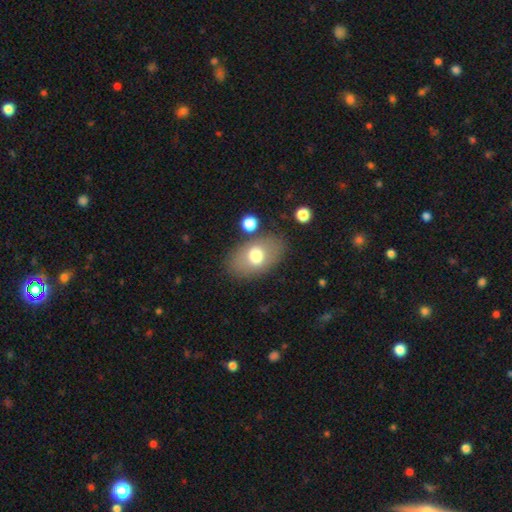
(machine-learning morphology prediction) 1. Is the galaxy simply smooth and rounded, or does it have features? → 69% smooth, 23% featured or disk, 8% star or artifact.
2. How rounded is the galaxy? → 87% in between, 11% round, 1% cigar-shaped.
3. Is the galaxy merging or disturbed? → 77% none, 13% minor disturbance, 5% merger, 5% major disturbance.